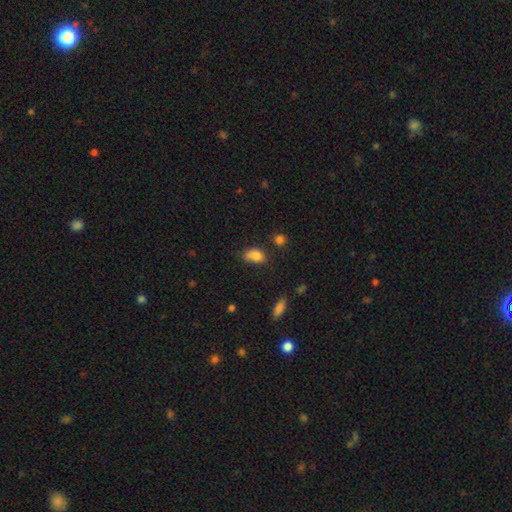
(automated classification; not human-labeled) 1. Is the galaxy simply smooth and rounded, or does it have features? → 80% smooth, 11% star or artifact, 9% featured or disk.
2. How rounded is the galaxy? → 81% in between, 16% round, 3% cigar-shaped.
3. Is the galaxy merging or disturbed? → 47% none, 34% minor disturbance, 10% major disturbance, 9% merger.